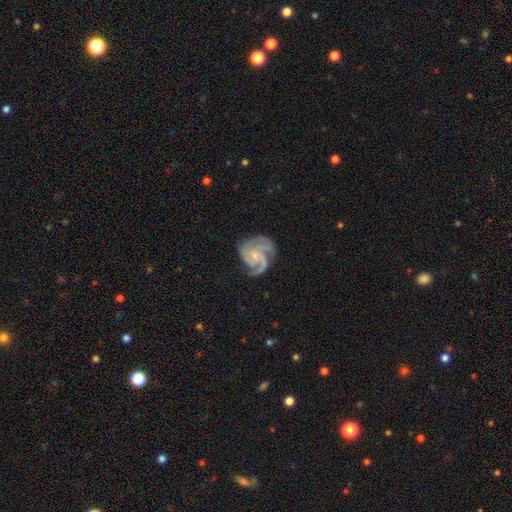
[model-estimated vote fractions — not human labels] This appears to be a featured or disk galaxy (89%) with no bar (72%), 3 (63%) medium (46%) spiral arms (98%) and a small central bulge (74%). Merging: none (69%).